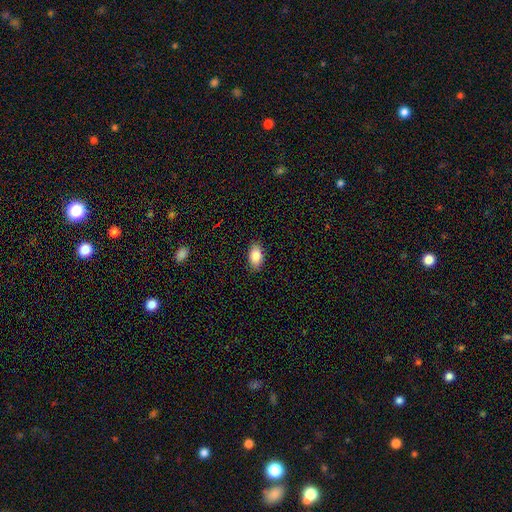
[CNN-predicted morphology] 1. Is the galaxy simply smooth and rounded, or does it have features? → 83% smooth, 9% featured or disk, 7% star or artifact.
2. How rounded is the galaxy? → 91% in between, 5% round, 3% cigar-shaped.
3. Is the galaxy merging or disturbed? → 88% none, 9% minor disturbance, 2% major disturbance, 1% merger.